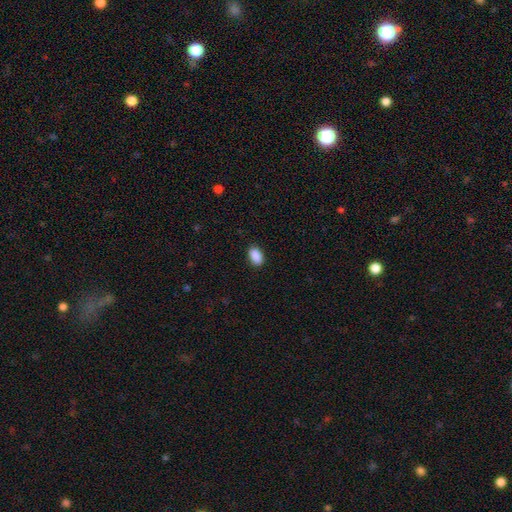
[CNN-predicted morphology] smooth_or_featured: smooth (p=0.90) [alt: star or artifact p=0.07]
how_rounded: in between (p=0.91) [alt: round p=0.08]
merging: none (p=0.87) [alt: minor disturbance p=0.09]